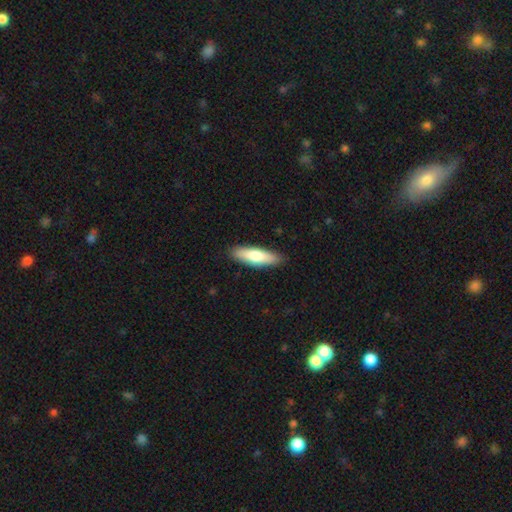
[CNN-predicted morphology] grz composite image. It shows a smooth galaxy with no disk features (76%) that is cigar-shaped (60%). Merging: none (89%).